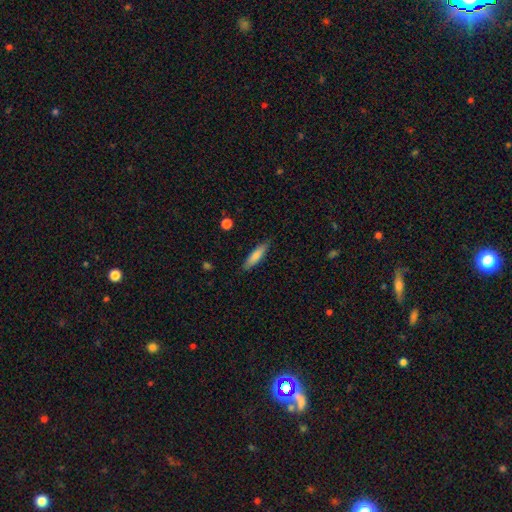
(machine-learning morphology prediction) The model was most divided on "how rounded": cigar-shaped: 77%, in between: 21%, round: 1%. More confident: merging — none (86%); smooth or featured — smooth (78%).